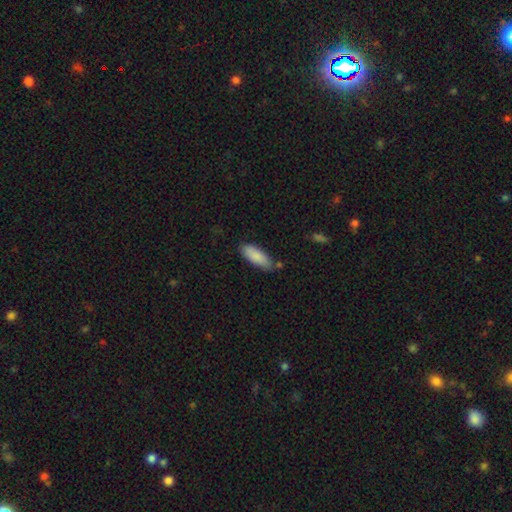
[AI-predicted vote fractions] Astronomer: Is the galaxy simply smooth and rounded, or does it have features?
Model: smooth — 87%.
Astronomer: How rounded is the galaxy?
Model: in between — 65%.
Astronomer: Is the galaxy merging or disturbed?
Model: none — 74%.